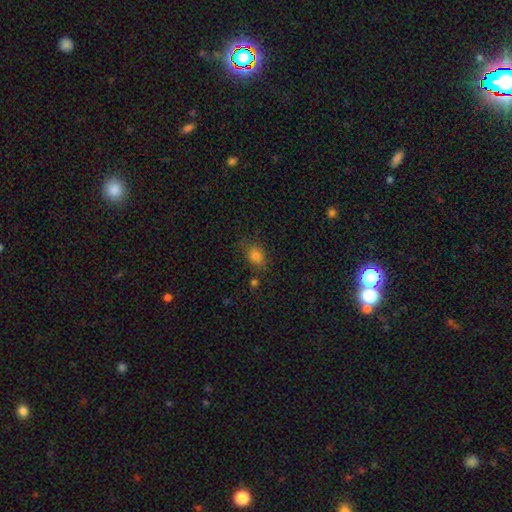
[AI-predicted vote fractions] Q: Smooth or featured?
A: smooth (79%); runner-up: star or artifact (15%)
Q: How rounded?
A: in between (62%); runner-up: round (36%)
Q: Merging?
A: none (67%); runner-up: minor disturbance (21%)